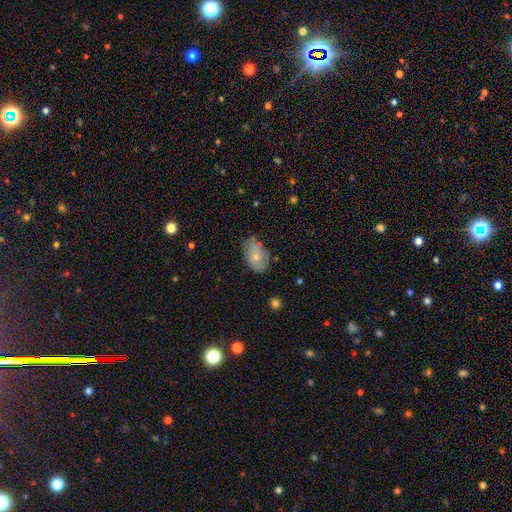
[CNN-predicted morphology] smooth_or_featured: smooth (p=0.70) [alt: featured or disk p=0.23]
how_rounded: in between (p=0.86) [alt: round p=0.12]
merging: none (p=0.60) [alt: minor disturbance p=0.30]